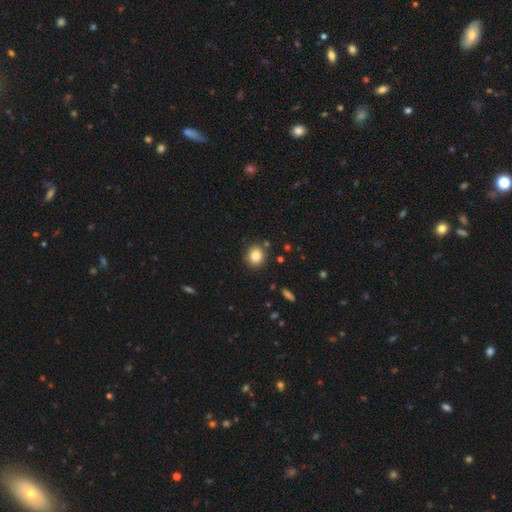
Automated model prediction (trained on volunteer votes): smooth-or-featured: smooth: 83% | star or artifact: 10% | featured or disk: 7%
  how-rounded: round: 83% | in between: 16% | cigar-shaped: 1%
  merging: none: 86% | minor disturbance: 9% | merger: 4% | major disturbance: 2%